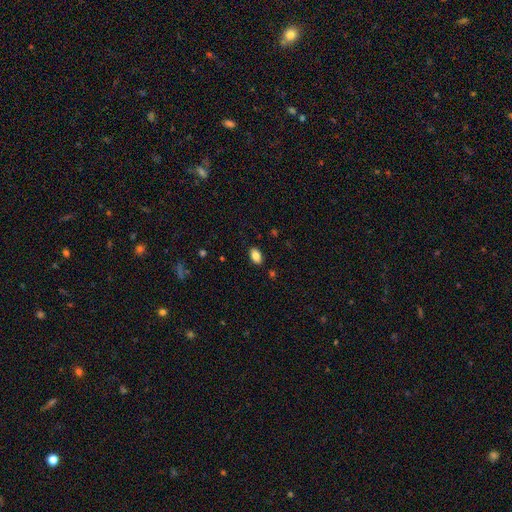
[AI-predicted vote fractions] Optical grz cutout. It shows a smooth galaxy with no disk features (85%) that is in between round and cigar-shaped (91%). Merging: none (87%).